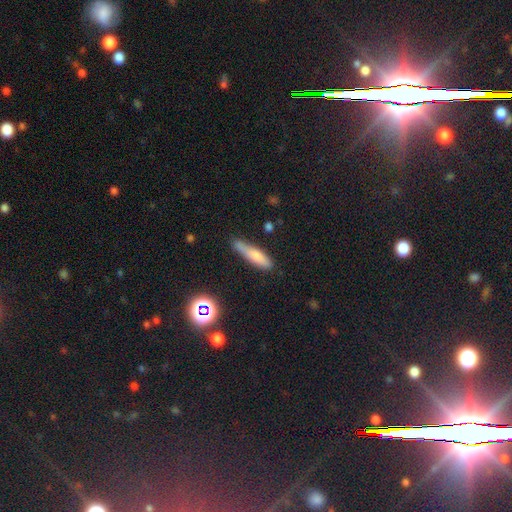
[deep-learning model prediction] Smooth or featured? smooth (66%)
How rounded? cigar-shaped (79%)
Merging? none (69%)